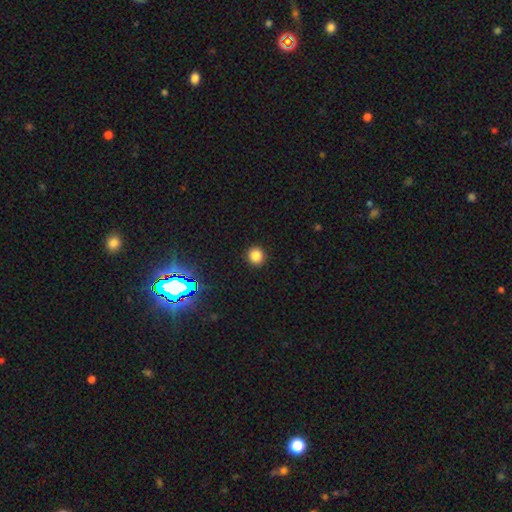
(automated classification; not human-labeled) smooth 83%, star or artifact 14%, featured or disk 4%. Down the decision tree: how rounded — round (93%); merging — none (93%).